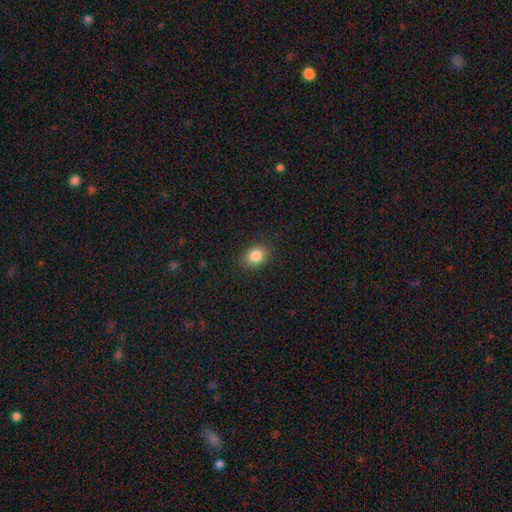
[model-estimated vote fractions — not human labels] smooth-or-featured: smooth: 85% | star or artifact: 10% | featured or disk: 5%
  how-rounded: round: 57% | in between: 42% | cigar-shaped: 1%
  merging: none: 88% | minor disturbance: 9% | major disturbance: 3% | merger: 1%